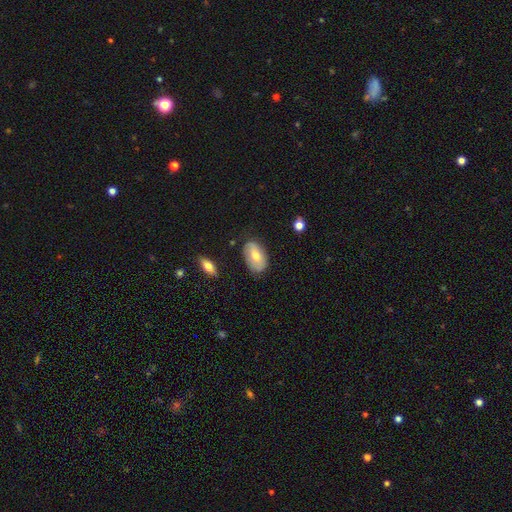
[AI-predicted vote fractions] A smooth galaxy with no disk features (59%) that is in between round and cigar-shaped (92%).

Vote fractions:
- Smooth or featured? smooth: 59% / featured or disk: 34% / star or artifact: 7%
- How rounded? in between: 92% / round: 6% / cigar-shaped: 2%
- Merging? none: 72% / minor disturbance: 21% / major disturbance: 5% / merger: 2%